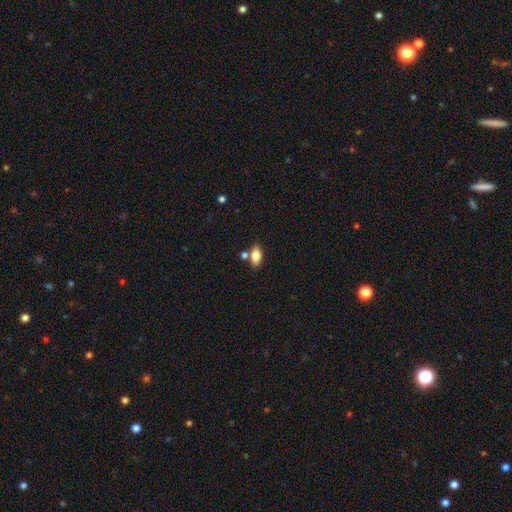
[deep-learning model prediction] Smooth or featured: smooth — 80% (featured or disk — 12%)
How rounded: in between — 89% (round — 6%)
Merging: none — 69% (merger — 16%)